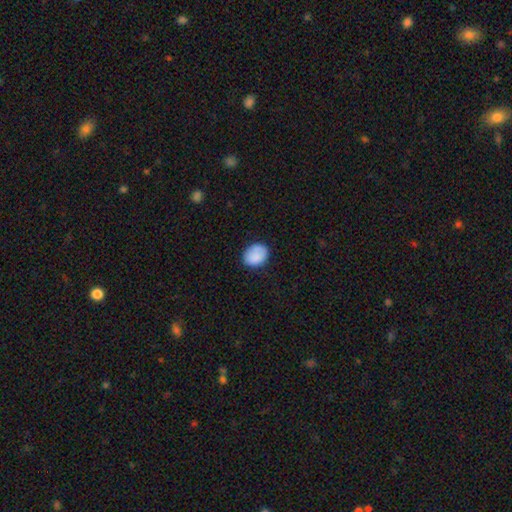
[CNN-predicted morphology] smooth 87%, star or artifact 8%, featured or disk 6%. Down the decision tree: how rounded — in between (53%); merging — none (79%).